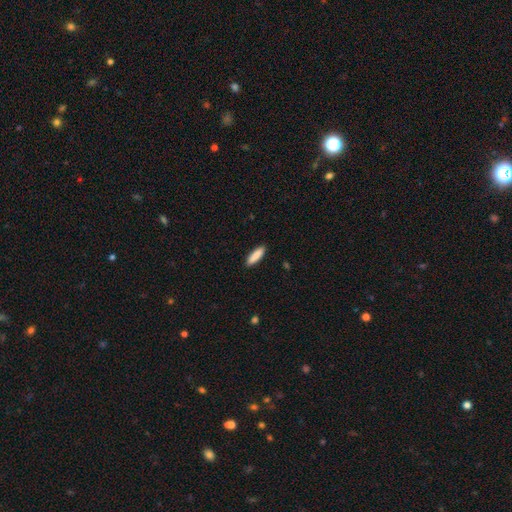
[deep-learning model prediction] Overall: smooth (89%). How rounded: cigar-shaped (62%; in between 37%). Merging: none (90%).